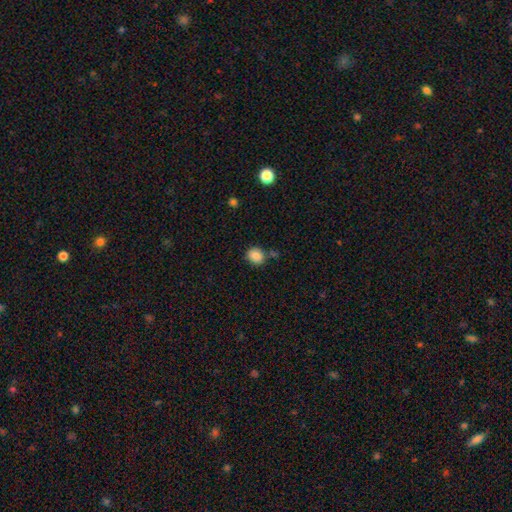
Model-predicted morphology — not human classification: smooth-or-featured: smooth: 86% | star or artifact: 9% | featured or disk: 4%
  how-rounded: round: 70% | in between: 29% | cigar-shaped: 1%
  merging: none: 72% | minor disturbance: 14% | merger: 10% | major disturbance: 4%